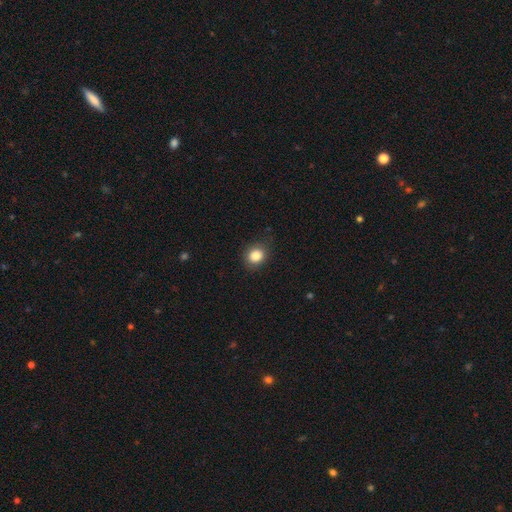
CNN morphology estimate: Q: Smooth or featured?
A: smooth (85%); runner-up: star or artifact (10%)
Q: How rounded?
A: round (72%); runner-up: in between (27%)
Q: Merging?
A: none (83%); runner-up: minor disturbance (13%)